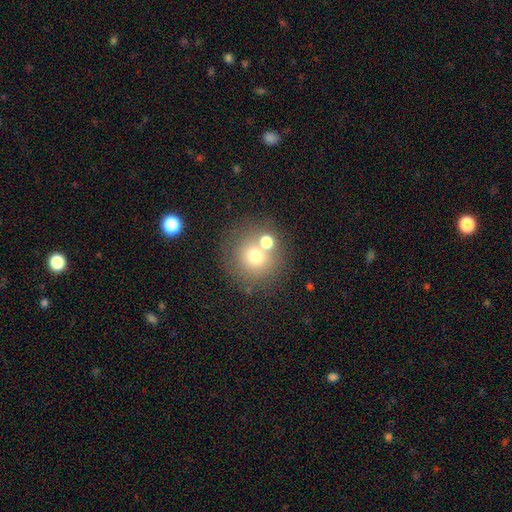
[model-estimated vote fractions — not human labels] smooth-or-featured: smooth: 67% | star or artifact: 17% | featured or disk: 16%
  how-rounded: round: 91% | in between: 8% | cigar-shaped: 1%
  merging: none: 63% | merger: 23% | minor disturbance: 9% | major disturbance: 5%